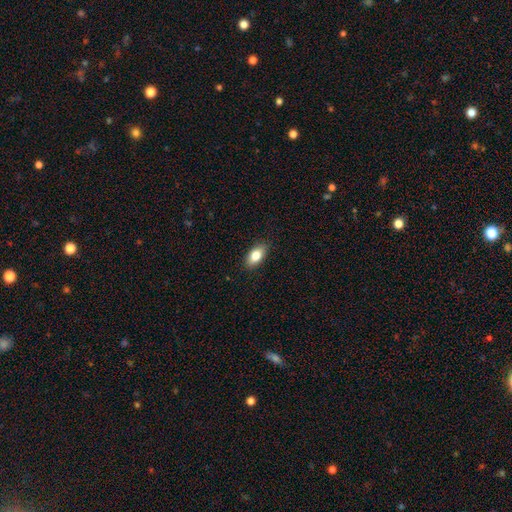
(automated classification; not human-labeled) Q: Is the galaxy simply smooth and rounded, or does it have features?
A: smooth — 81%.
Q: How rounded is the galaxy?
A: in between — 89%.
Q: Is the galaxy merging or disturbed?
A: none — 87%.